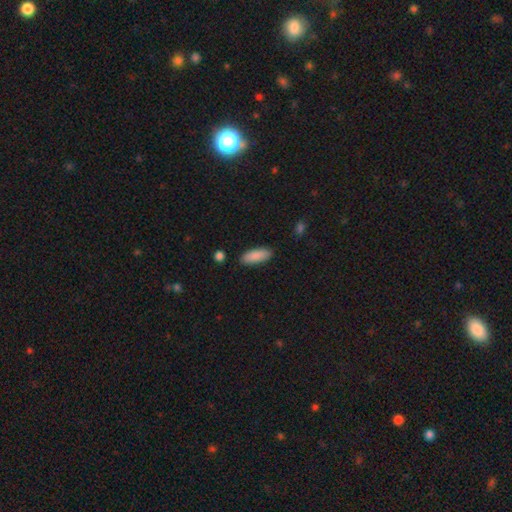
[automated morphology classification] Q: Smooth or featured?
A: smooth (89%); runner-up: star or artifact (6%)
Q: How rounded?
A: in between (72%); runner-up: cigar-shaped (27%)
Q: Merging?
A: none (87%); runner-up: minor disturbance (9%)